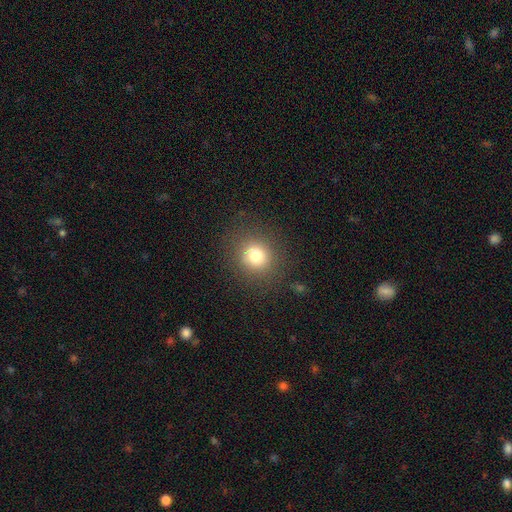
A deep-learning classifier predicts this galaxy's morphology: Overall: smooth (78%). How rounded: round (87%). Merging: none (86%).